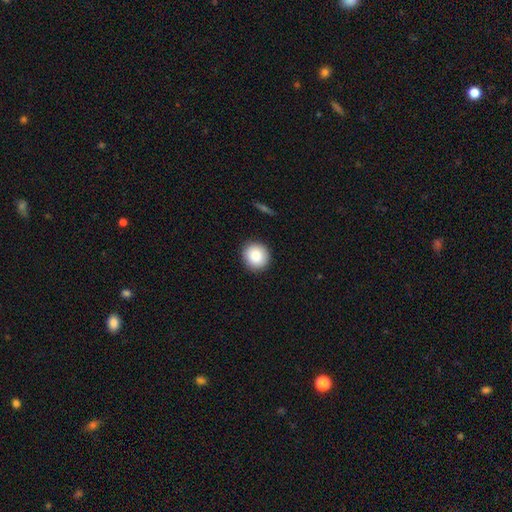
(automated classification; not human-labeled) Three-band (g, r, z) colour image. It shows a smooth galaxy with no disk features (87%) that is round (89%). Merging: none (91%).